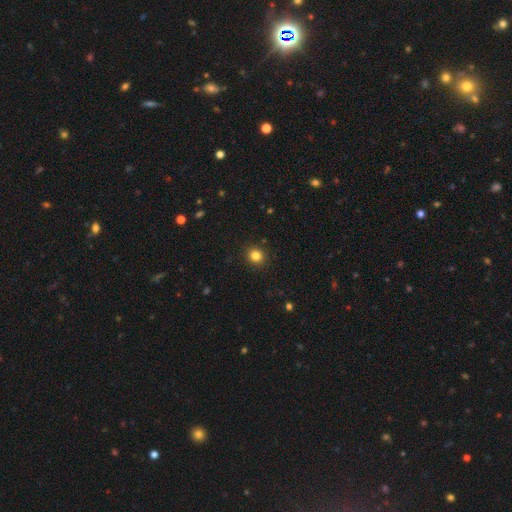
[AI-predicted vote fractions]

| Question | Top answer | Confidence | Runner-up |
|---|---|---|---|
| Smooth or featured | smooth | 83% | star or artifact (12%) |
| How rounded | round | 87% | in between (12%) |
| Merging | none | 92% | minor disturbance (6%) |